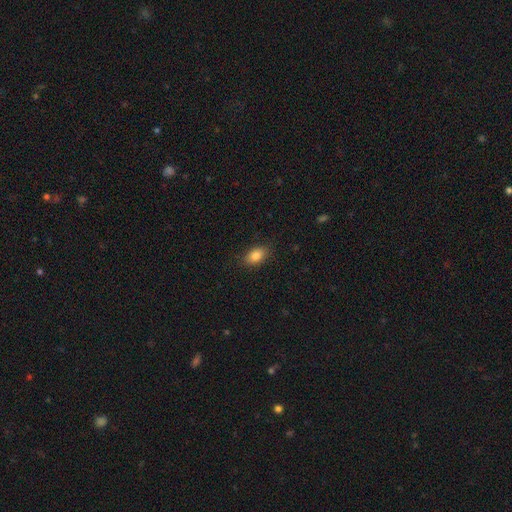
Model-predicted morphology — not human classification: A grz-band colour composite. It shows a smooth galaxy with no disk features (84%) that is in between round and cigar-shaped (87%). Merging: none (86%).